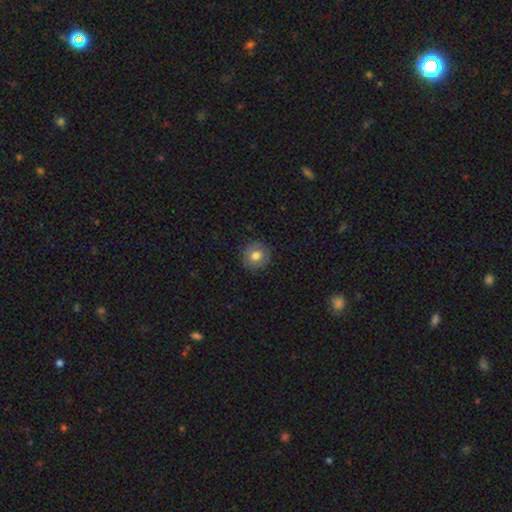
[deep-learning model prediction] Smooth or featured? Predicted: smooth (p=0.76). How rounded? Predicted: round (p=0.91). Merging? Predicted: none (p=0.88).